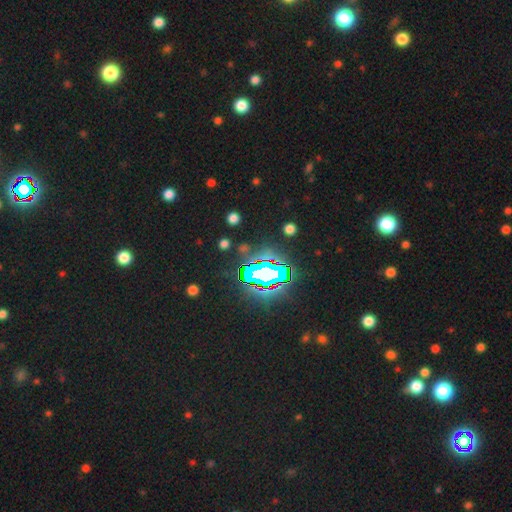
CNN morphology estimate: Smooth or featured: star or artifact — 81% (smooth — 12%)